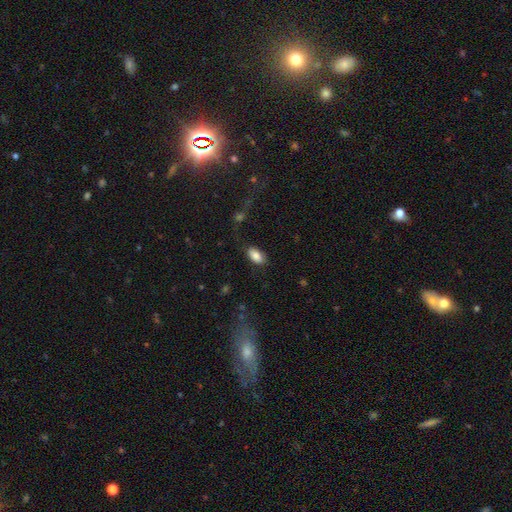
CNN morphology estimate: smooth-or-featured: smooth: 85% | featured or disk: 8% | star or artifact: 7%
  how-rounded: in between: 93% | cigar-shaped: 4% | round: 3%
  merging: none: 79% | minor disturbance: 14% | major disturbance: 4% | merger: 2%